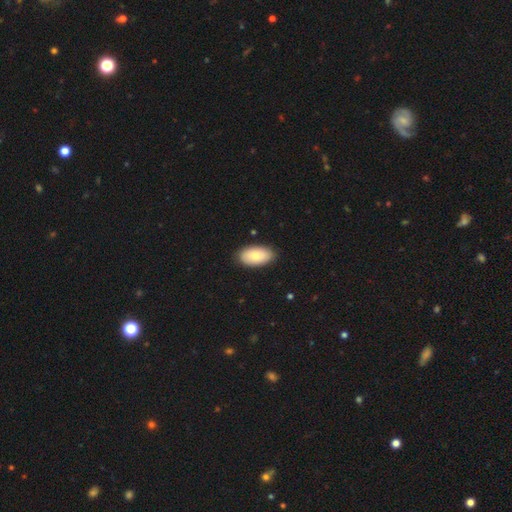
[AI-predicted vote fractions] The model was most divided on "smooth or featured": smooth: 77%, featured or disk: 17%, star or artifact: 6%. More confident: how rounded — in between (95%); merging — none (87%).